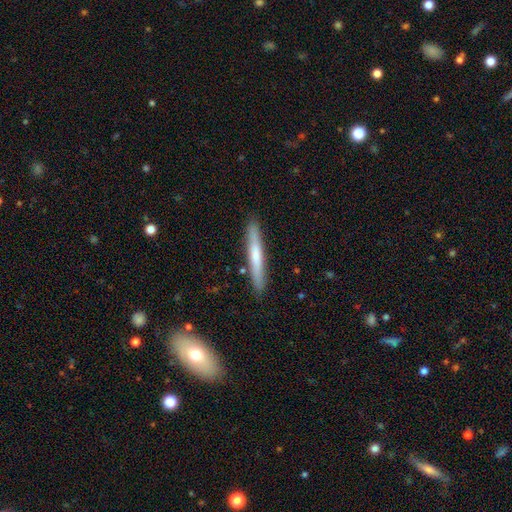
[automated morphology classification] Q: Smooth or featured?
A: smooth (59%); runner-up: featured or disk (35%)
Q: How rounded?
A: cigar-shaped (95%); runner-up: in between (3%)
Q: Merging?
A: none (89%); runner-up: minor disturbance (8%)